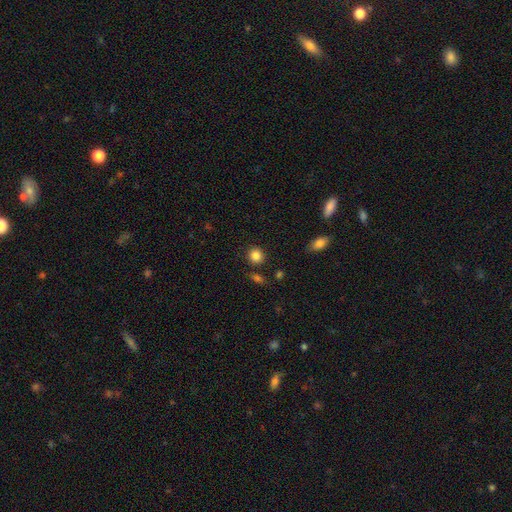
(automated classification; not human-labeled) smooth-or-featured: smooth: 85% | star or artifact: 10% | featured or disk: 5%
  how-rounded: round: 86% | in between: 13% | cigar-shaped: 1%
  merging: none: 84% | minor disturbance: 8% | merger: 5% | major disturbance: 3%